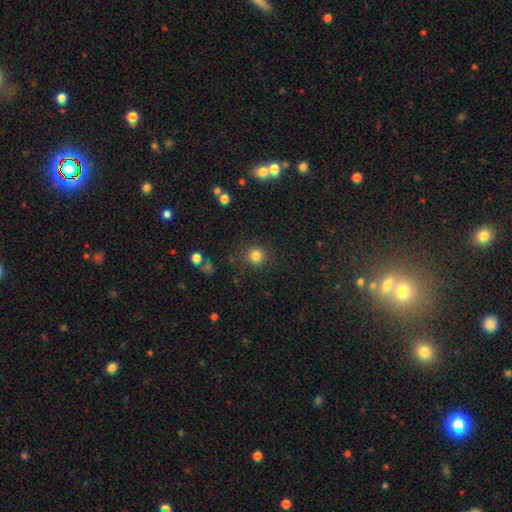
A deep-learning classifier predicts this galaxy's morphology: A smooth galaxy with no disk features (82%) that is round (92%).

Vote fractions:
- Smooth or featured? smooth: 82% / star or artifact: 13% / featured or disk: 5%
- How rounded? round: 92% / in between: 7% / cigar-shaped: 1%
- Merging? none: 87% / minor disturbance: 8% / major disturbance: 3% / merger: 2%